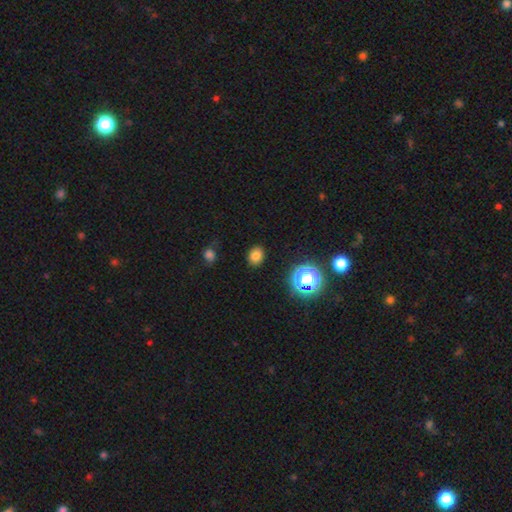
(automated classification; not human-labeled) smooth-or-featured: smooth: 78% | star or artifact: 17% | featured or disk: 5%
  how-rounded: in between: 50% | round: 49% | cigar-shaped: 1%
  merging: none: 87% | minor disturbance: 9% | major disturbance: 3% | merger: 2%